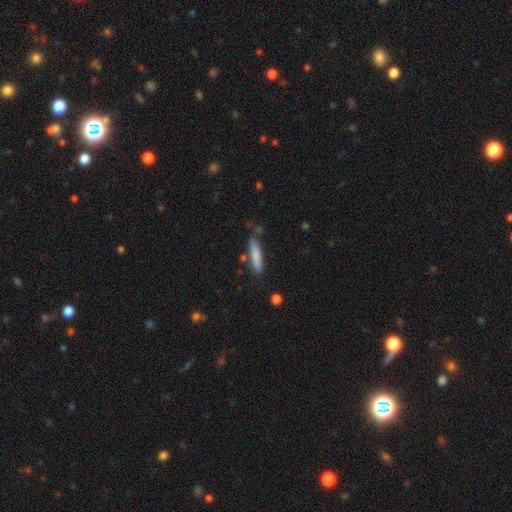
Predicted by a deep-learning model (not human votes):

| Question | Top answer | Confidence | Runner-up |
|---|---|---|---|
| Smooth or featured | smooth | 79% | featured or disk (15%) |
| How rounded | cigar-shaped | 85% | in between (14%) |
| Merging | none | 78% | minor disturbance (14%) |